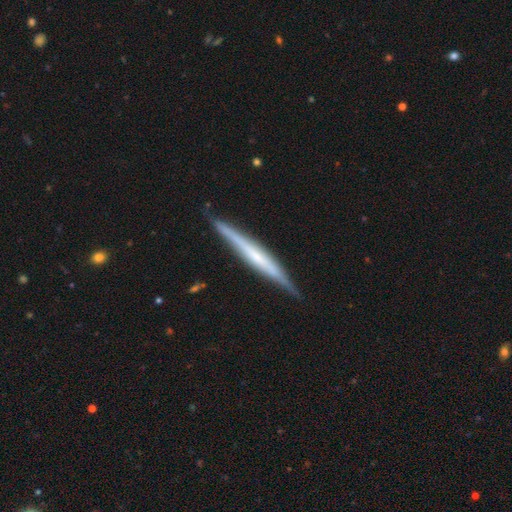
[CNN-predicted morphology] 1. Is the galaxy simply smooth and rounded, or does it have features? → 65% featured or disk, 29% smooth, 6% star or artifact.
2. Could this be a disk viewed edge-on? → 97% yes, 3% no.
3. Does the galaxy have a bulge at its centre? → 56% none, 28% rounded, 16% boxy.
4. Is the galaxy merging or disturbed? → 86% none, 11% minor disturbance, 2% major disturbance, 1% merger.